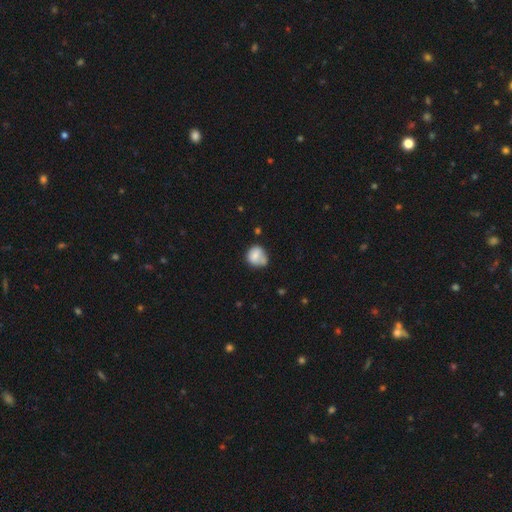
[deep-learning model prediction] Morphology: type=smooth (76%); roundness=round (70%); merging=none (45%).